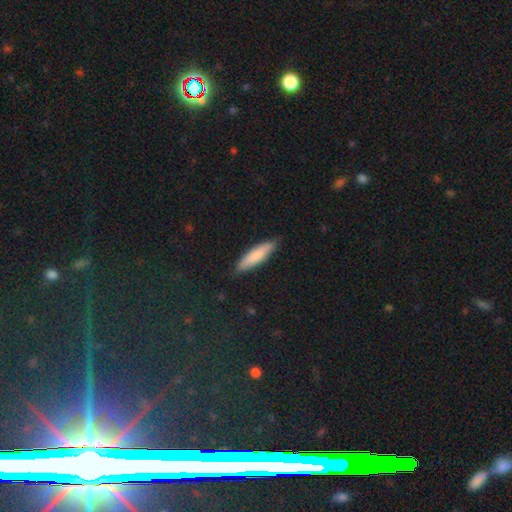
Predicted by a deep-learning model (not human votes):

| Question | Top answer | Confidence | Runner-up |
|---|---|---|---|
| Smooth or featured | smooth | 79% | featured or disk (15%) |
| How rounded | cigar-shaped | 76% | in between (22%) |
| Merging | none | 87% | minor disturbance (10%) |